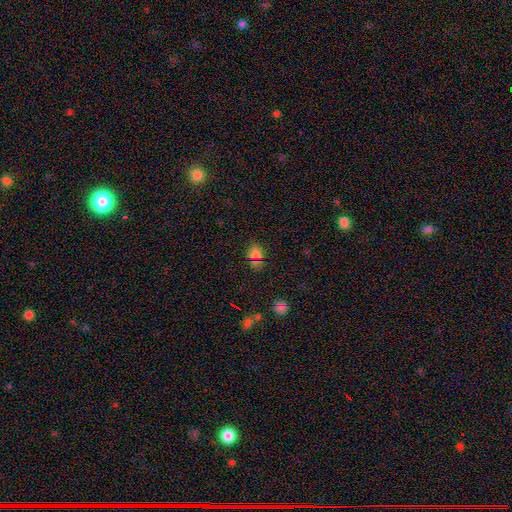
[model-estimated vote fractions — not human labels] Smooth or featured? Predicted: smooth (p=0.69). How rounded? Predicted: in between (p=0.64). Merging? Predicted: none (p=0.82).